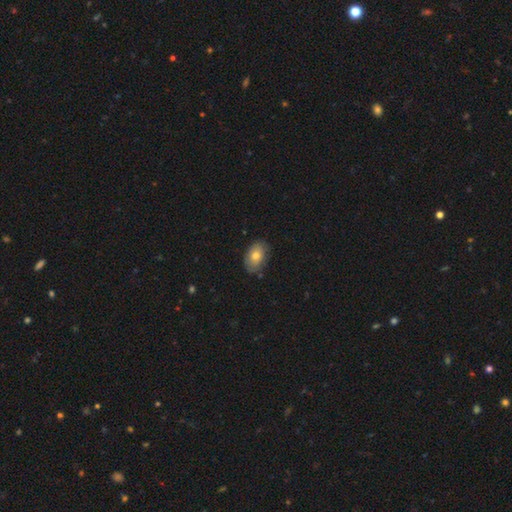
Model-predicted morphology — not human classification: Overall: smooth (71%). How rounded: in between (87%). Merging: none (75%).